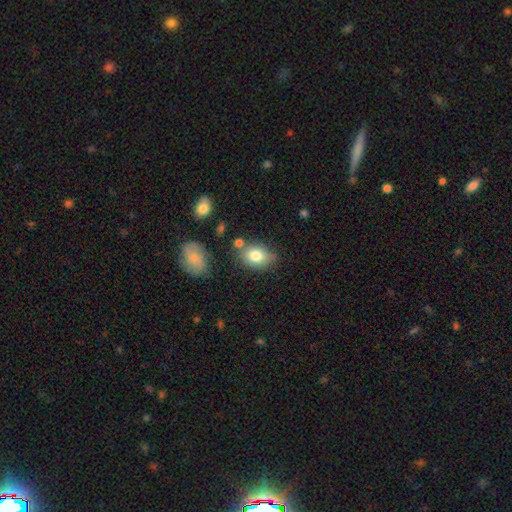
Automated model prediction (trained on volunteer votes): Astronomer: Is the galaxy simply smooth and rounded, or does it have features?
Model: smooth — 79%.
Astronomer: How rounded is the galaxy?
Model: in between — 68%.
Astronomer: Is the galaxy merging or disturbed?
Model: none — 67%.